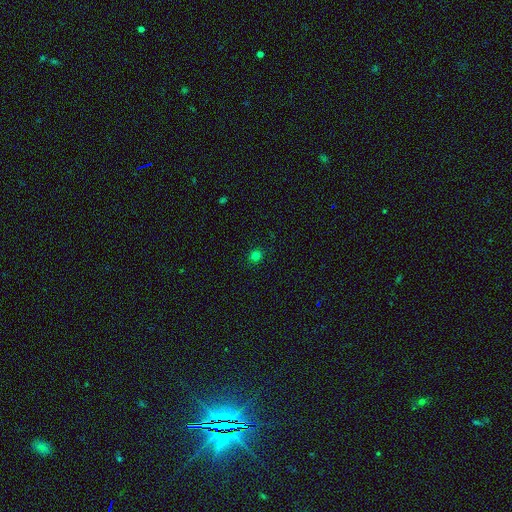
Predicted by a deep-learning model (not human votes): Q: Smooth or featured?
A: smooth (78%); runner-up: star or artifact (18%)
Q: How rounded?
A: round (89%); runner-up: in between (10%)
Q: Merging?
A: none (90%); runner-up: minor disturbance (6%)